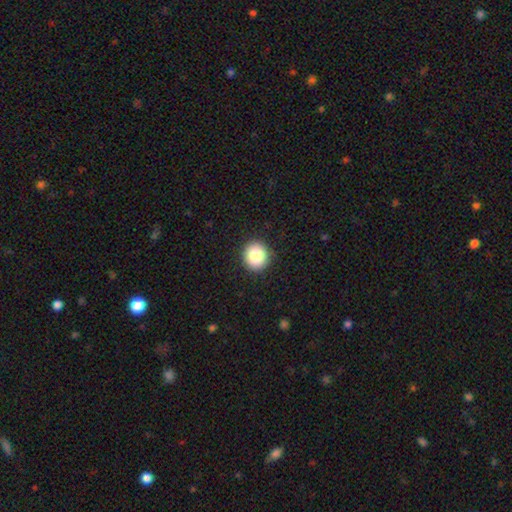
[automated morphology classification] A smooth galaxy with no disk features (84%) that is round (89%).

Vote fractions:
- Smooth or featured? smooth: 84% / star or artifact: 9% / featured or disk: 7%
- How rounded? round: 89% / in between: 10% / cigar-shaped: 1%
- Merging? none: 91% / minor disturbance: 6% / major disturbance: 2% / merger: 1%